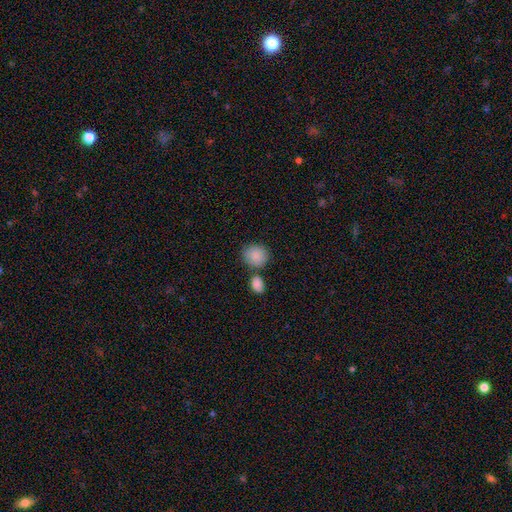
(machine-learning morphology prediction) A smooth galaxy with no disk features (88%) that is round (71%). Merging: none (66%).